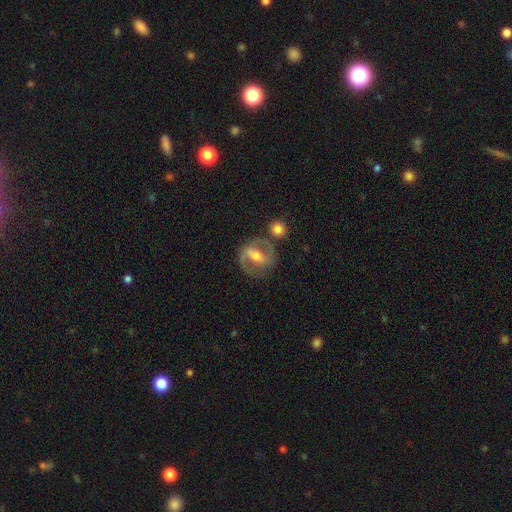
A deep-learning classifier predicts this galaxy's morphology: Smooth or featured?
  - featured or disk: 82% *
  - smooth: 11%
  - star or artifact: 6%
Edge-on disk?
  - no: 96% *
  - yes: 4%
Bar?
  - strong: 52% *
  - weak: 34%
  - no: 14%
Spiral arms?
  - yes: 90% *
  - no: 10%
Spiral winding?
  - medium: 53% *
  - tight: 30%
  - loose: 17%
Spiral arm count?
  - 2: 89% *
  - can't tell: 5%
  - 1: 3%
  - 3: 1%
  - 4: 1%
  - more than 4: 1%
Bulge size?
  - moderate: 60% *
  - small: 33%
  - large: 4%
  - none: 2%
  - dominant: 1%
Merging?
  - none: 74% *
  - minor disturbance: 13%
  - merger: 8%
  - major disturbance: 5%